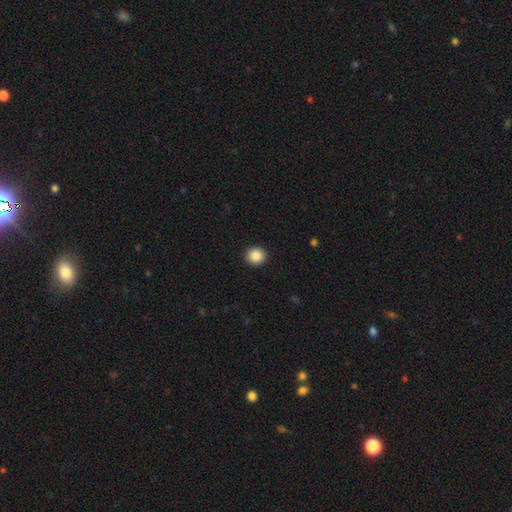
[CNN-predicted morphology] smooth 88%, star or artifact 9%, featured or disk 3%. Down the decision tree: how rounded — round (92%); merging — none (93%).